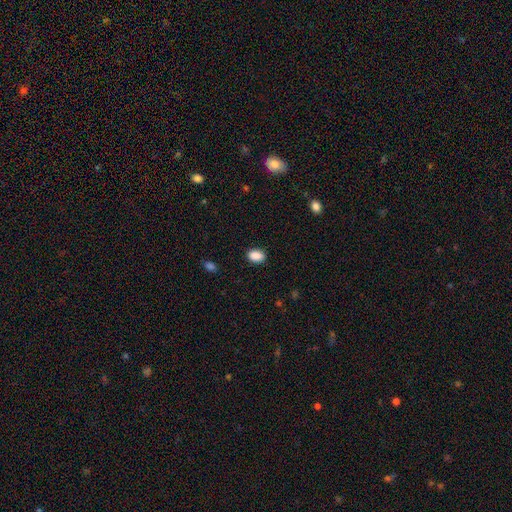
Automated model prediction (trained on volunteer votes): Smooth or featured? Predicted: smooth (p=0.89). How rounded? Predicted: in between (p=0.83). Merging? Predicted: none (p=0.87).